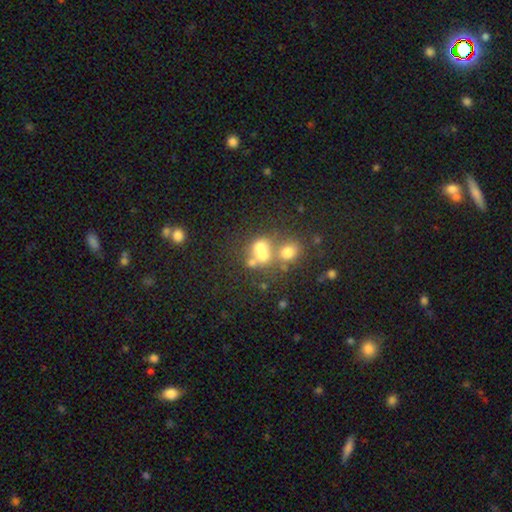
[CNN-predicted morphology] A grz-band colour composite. It shows a smooth galaxy with no disk features (51%) that is round (64%). Merging: merger (48%).